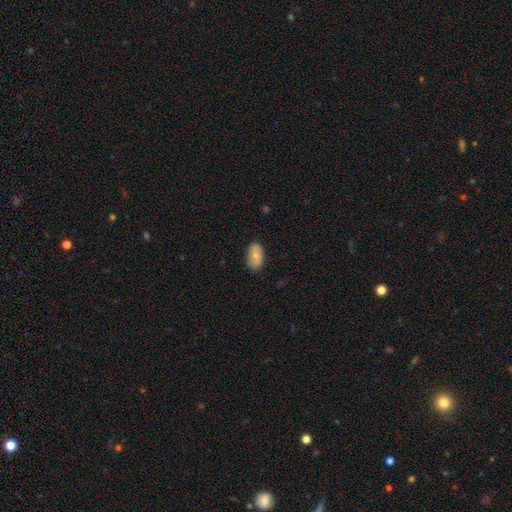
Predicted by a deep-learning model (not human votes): Smooth or featured: smooth — 75% (featured or disk — 18%)
How rounded: in between — 93% (round — 6%)
Merging: none — 80% (minor disturbance — 16%)